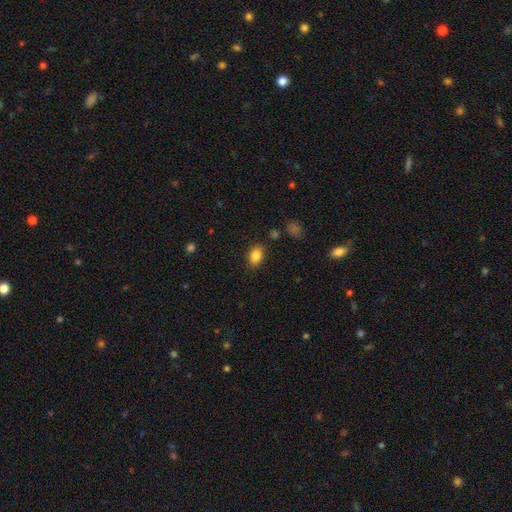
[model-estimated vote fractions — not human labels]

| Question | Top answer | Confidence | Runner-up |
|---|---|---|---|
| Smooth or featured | smooth | 84% | star or artifact (9%) |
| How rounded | in between | 77% | round (21%) |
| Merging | none | 85% | minor disturbance (11%) |